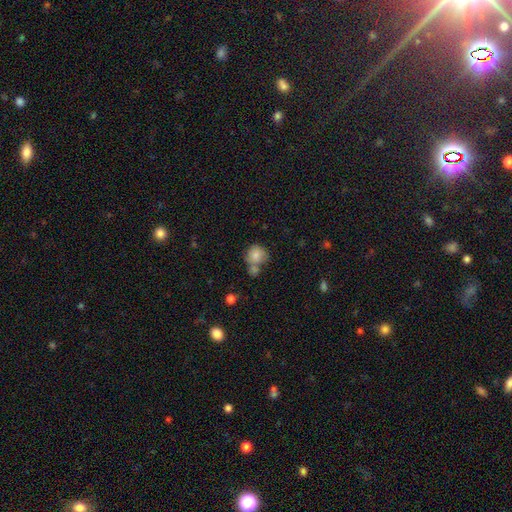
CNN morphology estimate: This appears to be a smooth galaxy with no disk features (81%) that is round (82%). Merging: none (44%).